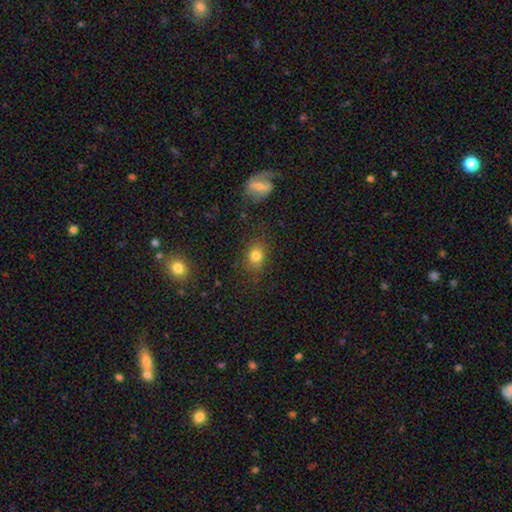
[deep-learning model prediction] smooth-or-featured: smooth: 79% | star or artifact: 13% | featured or disk: 8%
  how-rounded: round: 53% | in between: 45% | cigar-shaped: 1%
  merging: none: 82% | minor disturbance: 12% | major disturbance: 4% | merger: 2%